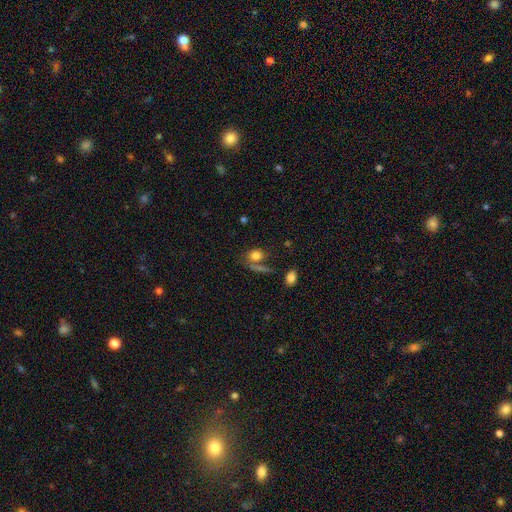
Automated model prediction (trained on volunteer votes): Smooth or featured? Predicted: smooth (p=0.78). How rounded? Predicted: in between (p=0.55). Merging? Predicted: none (p=0.50).